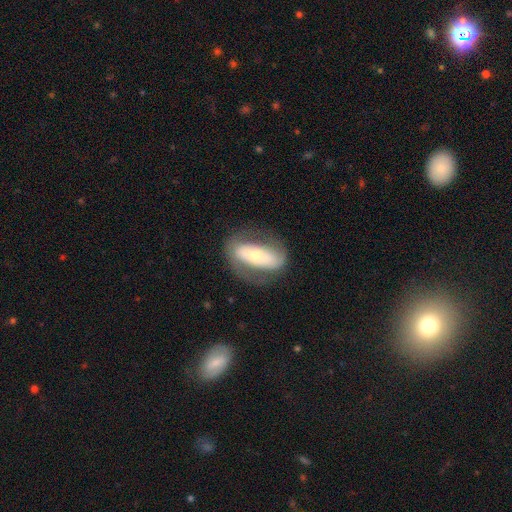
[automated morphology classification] This appears to be a featured or disk galaxy (60%) with a strong bar (48%), no spiral arms (50%, tied with yes) and a moderate central bulge (51%). Merging: none (71%).